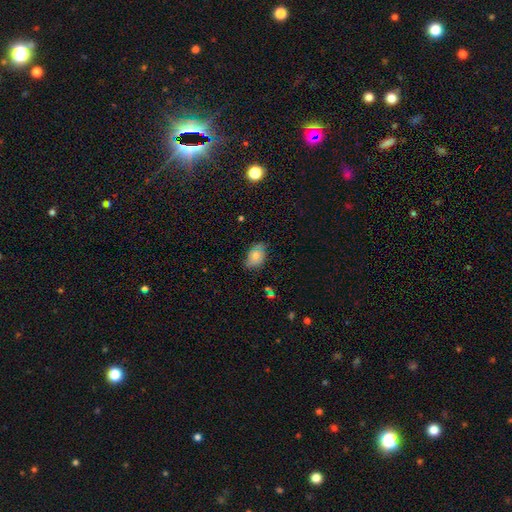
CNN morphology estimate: Overall: smooth (58%; featured or disk 32%). How rounded: in between (79%). Merging: none (66%; minor disturbance 27%).